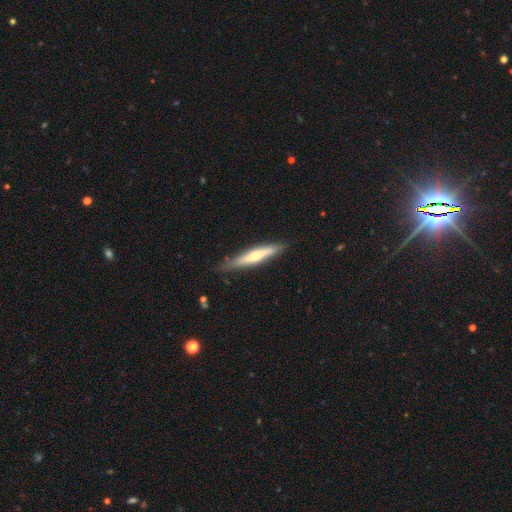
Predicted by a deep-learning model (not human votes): Smooth or featured?
  - smooth: 53% *
  - featured or disk: 42%
  - star or artifact: 5%
How rounded?
  - cigar-shaped: 89% *
  - in between: 10%
  - round: 1%
Merging?
  - none: 79% *
  - minor disturbance: 17%
  - major disturbance: 3%
  - merger: 2%